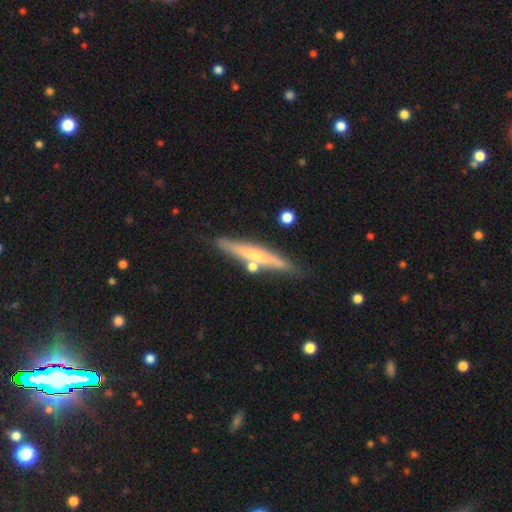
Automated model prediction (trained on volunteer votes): Smooth or featured? Predicted: featured or disk (p=0.54). Edge-on disk? Predicted: yes (p=0.92). Merging? Predicted: none (p=0.77).